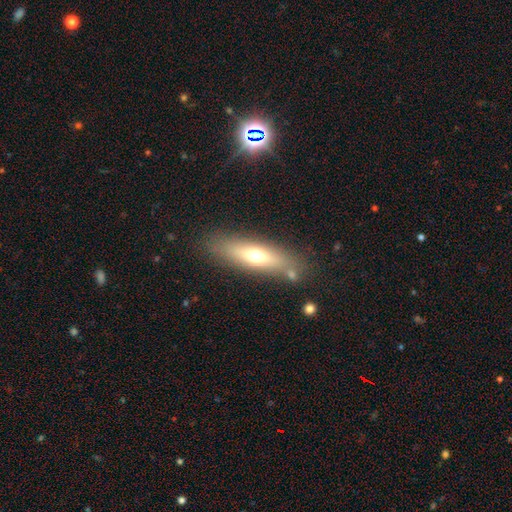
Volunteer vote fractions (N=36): smooth_or_featured: smooth (p=0.64) [alt: featured or disk p=0.31]
how_rounded: in between (p=0.70) [alt: cigar-shaped p=0.22]
merging: none (p=0.82) [alt: merger p=0.12]